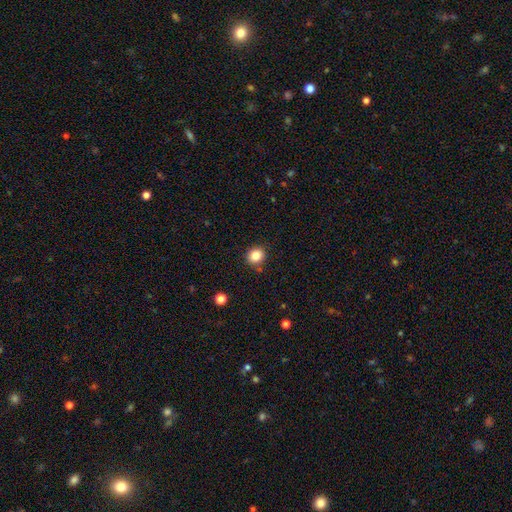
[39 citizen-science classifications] This appears to be a smooth galaxy with no disk features (85%) that is round (61%). Merging: none (86%).